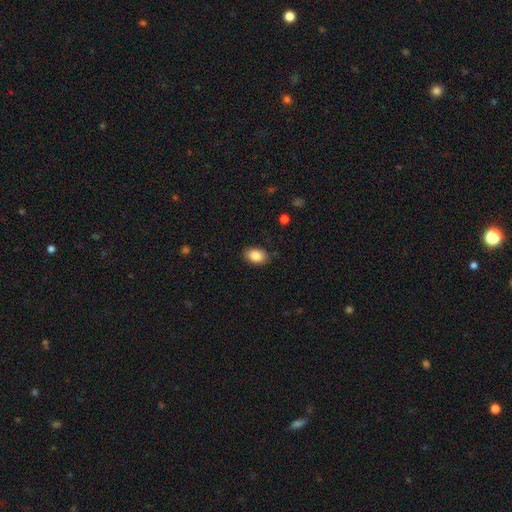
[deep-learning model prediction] A smooth galaxy with no disk features (86%) that is in between round and cigar-shaped (86%). Merging: none (86%).